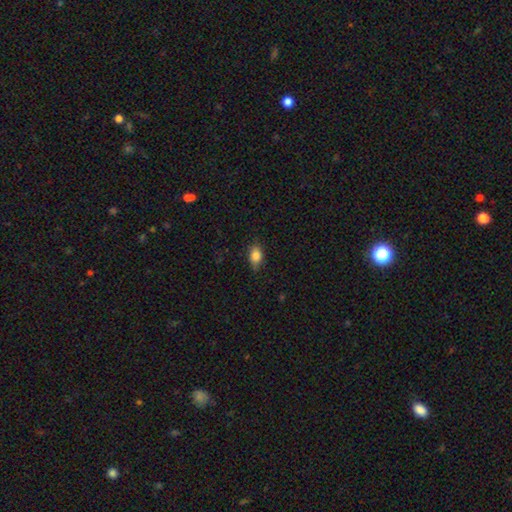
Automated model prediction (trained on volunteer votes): Smooth or featured? Predicted: smooth (p=0.83). How rounded? Predicted: in between (p=0.82). Merging? Predicted: none (p=0.76).